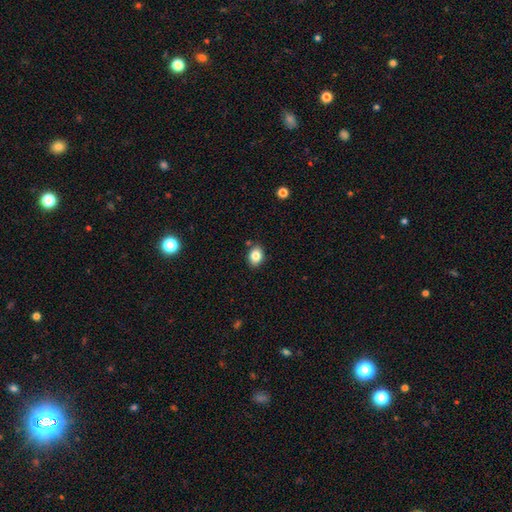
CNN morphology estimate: This appears to be a smooth galaxy with no disk features (84%) that is in between round and cigar-shaped (60%). Merging: none (84%).